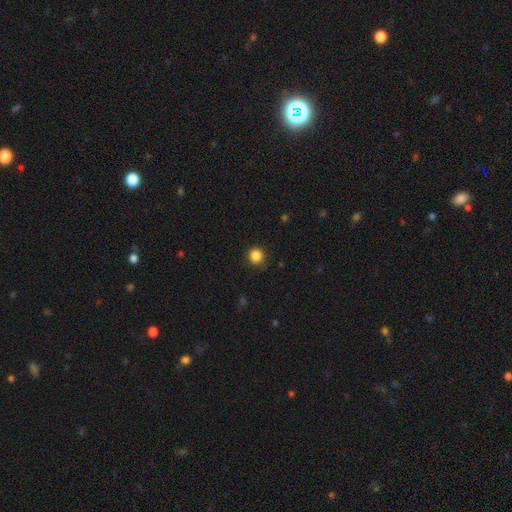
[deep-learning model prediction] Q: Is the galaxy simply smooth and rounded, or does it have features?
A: smooth — 85%.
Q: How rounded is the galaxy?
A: round — 93%.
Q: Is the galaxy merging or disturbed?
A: none — 89%.